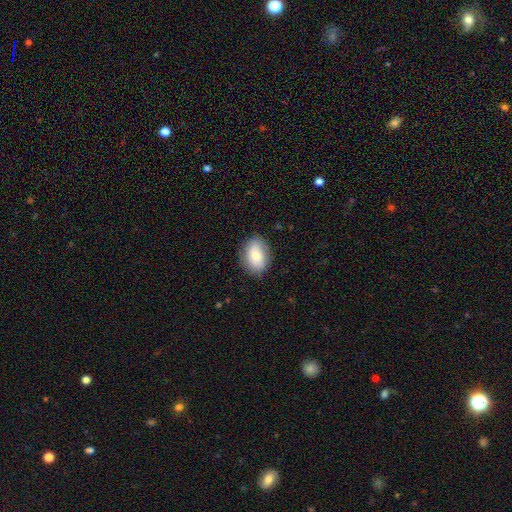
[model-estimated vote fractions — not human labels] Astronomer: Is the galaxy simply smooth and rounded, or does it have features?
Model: smooth — 76%.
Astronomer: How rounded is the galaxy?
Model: in between — 83%.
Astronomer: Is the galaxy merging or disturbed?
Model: none — 81%.